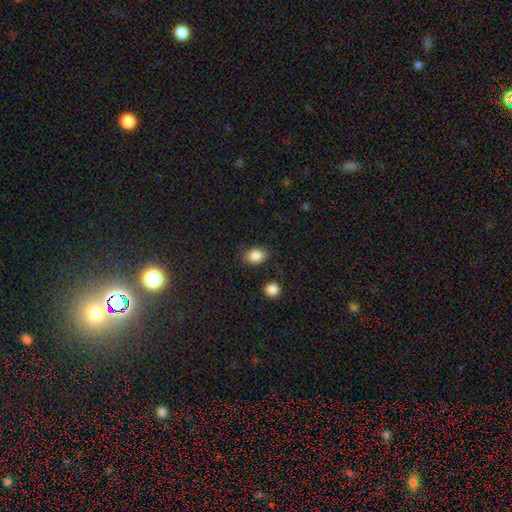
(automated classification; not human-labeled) A smooth galaxy with no disk features (84%) that is in between round and cigar-shaped (63%). Merging: none (69%).